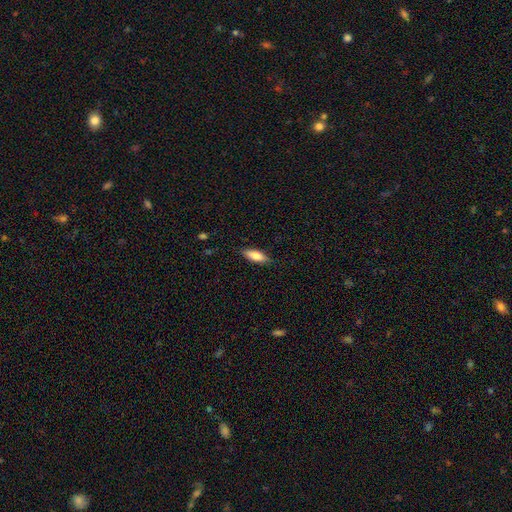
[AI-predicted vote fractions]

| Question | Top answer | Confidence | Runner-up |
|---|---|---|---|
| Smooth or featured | smooth | 76% | featured or disk (18%) |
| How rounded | in between | 64% | cigar-shaped (34%) |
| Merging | none | 85% | minor disturbance (12%) |